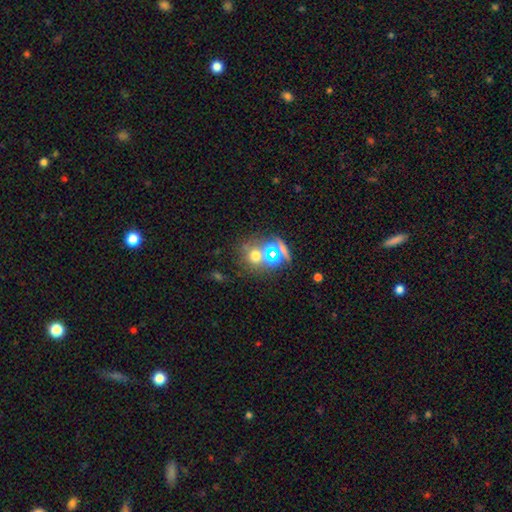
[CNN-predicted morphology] smooth 51%, star or artifact 35%, featured or disk 15%. Down the decision tree: how rounded — round (78%); merging — none (53%).